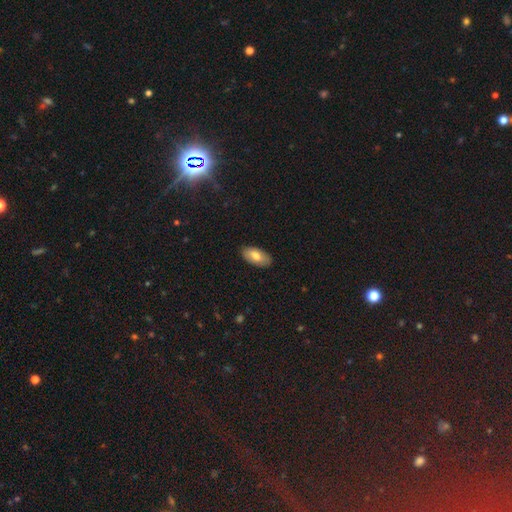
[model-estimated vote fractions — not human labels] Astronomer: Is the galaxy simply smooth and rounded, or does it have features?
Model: smooth — 74%.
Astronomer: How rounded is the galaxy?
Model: in between — 93%.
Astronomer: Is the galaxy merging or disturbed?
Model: none — 86%.